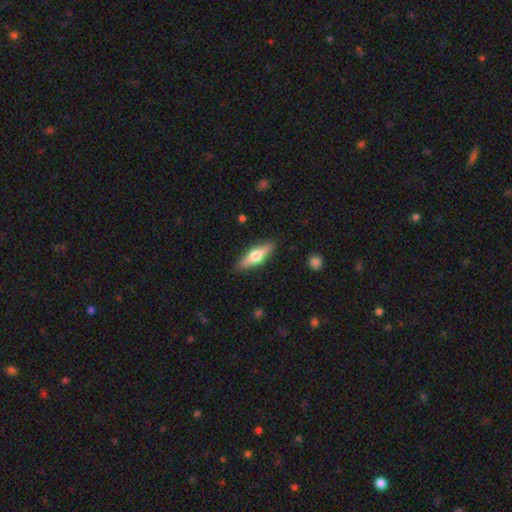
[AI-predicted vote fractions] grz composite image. It shows a featured or disk galaxy (54%) viewed edge-on (94%) with a rounded central bulge (94%). Merging: none (88%).